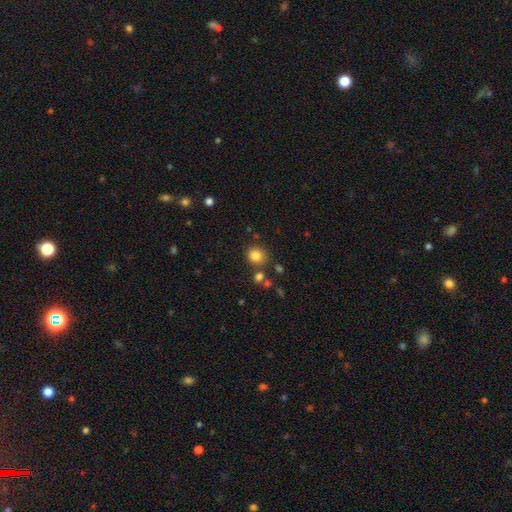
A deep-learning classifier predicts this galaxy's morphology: Smooth or featured: smooth — 83% (star or artifact — 12%)
How rounded: round — 84% (in between — 15%)
Merging: none — 79% (minor disturbance — 10%)